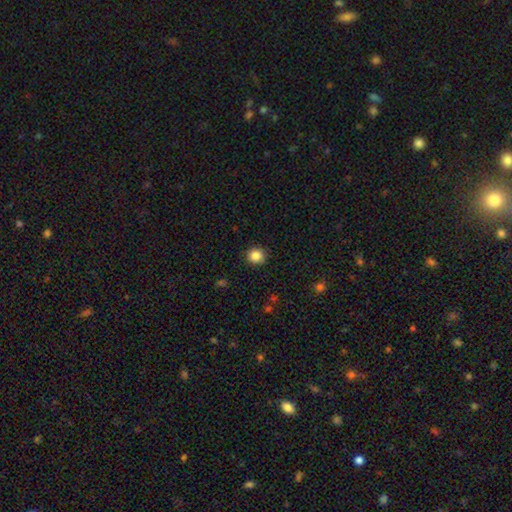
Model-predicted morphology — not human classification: Smooth or featured: smooth — 85% (star or artifact — 11%)
How rounded: round — 89% (in between — 10%)
Merging: none — 90% (minor disturbance — 7%)